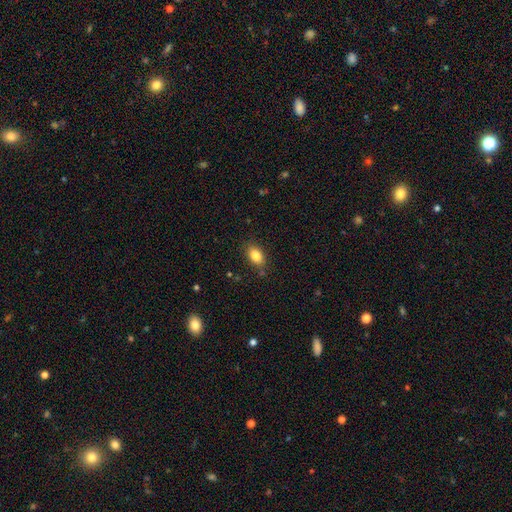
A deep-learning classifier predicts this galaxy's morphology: smooth_or_featured: smooth (p=0.83) [alt: star or artifact p=0.09]
how_rounded: in between (p=0.86) [alt: round p=0.12]
merging: none (p=0.82) [alt: minor disturbance p=0.12]